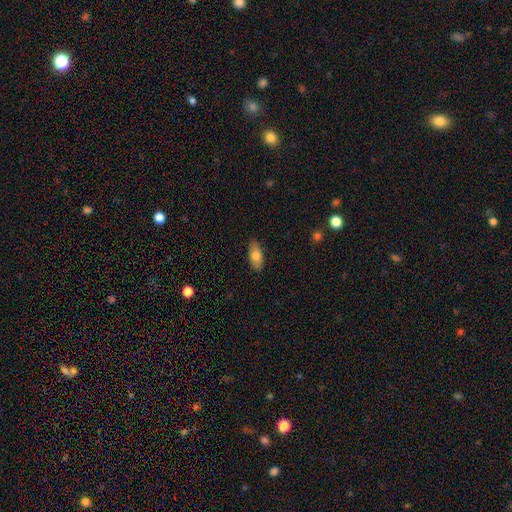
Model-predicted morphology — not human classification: Q: Smooth or featured?
A: smooth (75%); runner-up: featured or disk (18%)
Q: How rounded?
A: in between (86%); runner-up: cigar-shaped (11%)
Q: Merging?
A: none (88%); runner-up: minor disturbance (9%)